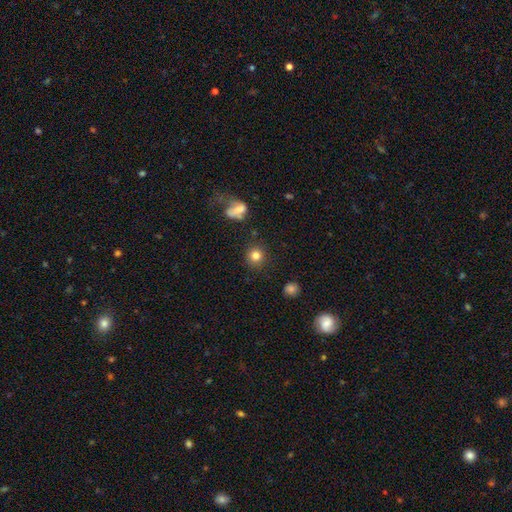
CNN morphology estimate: Overall: smooth (81%). How rounded: round (91%). Merging: none (87%).